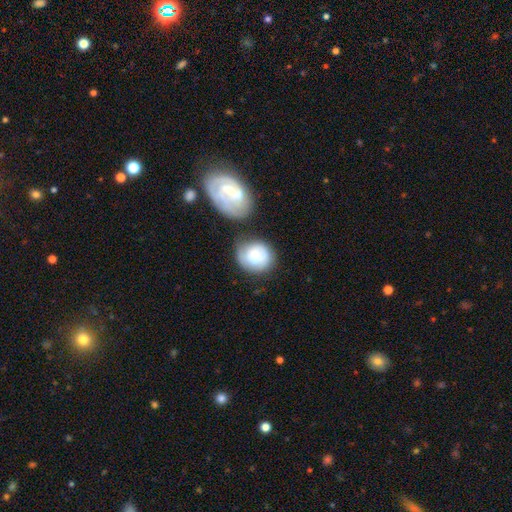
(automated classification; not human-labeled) A smooth galaxy with no disk features (69%) that is round (77%).

Vote fractions:
- Smooth or featured? smooth: 69% / featured or disk: 24% / star or artifact: 7%
- How rounded? round: 77% / in between: 22% / cigar-shaped: 1%
- Merging? none: 49% / merger: 21% / minor disturbance: 21% / major disturbance: 9%